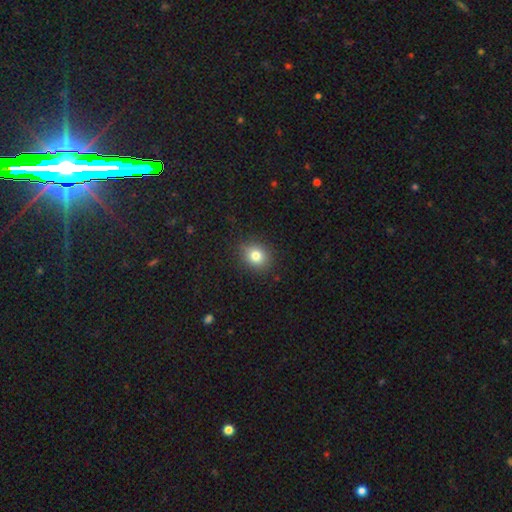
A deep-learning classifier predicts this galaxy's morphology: This is likely a smooth galaxy (79%). How rounded: likely round (66%). Merging: clearly none (86%).